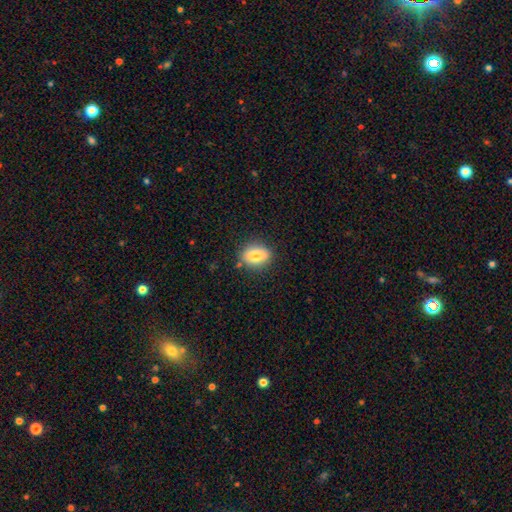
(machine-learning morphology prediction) This appears to be a smooth galaxy with no disk features (79%) that is in between round and cigar-shaped (57%). Merging: none (85%).